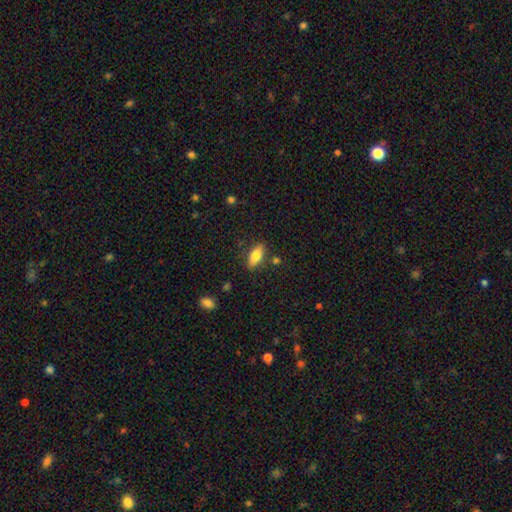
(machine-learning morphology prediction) A smooth galaxy with no disk features (72%) that is in between round and cigar-shaped (74%). Merging: none (82%).